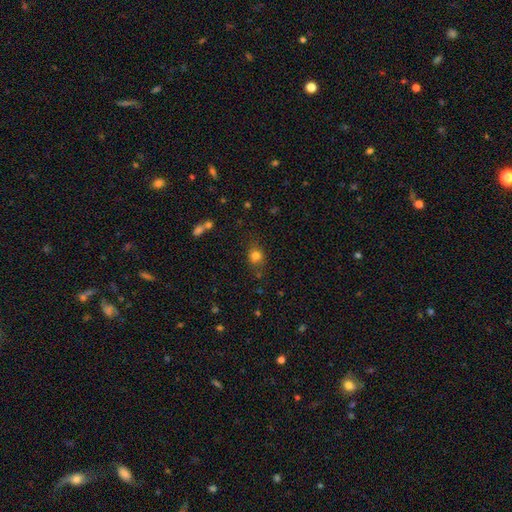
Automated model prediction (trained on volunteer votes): Smooth or featured: smooth — 80% (star or artifact — 13%)
How rounded: round — 70% (in between — 29%)
Merging: none — 74% (minor disturbance — 16%)